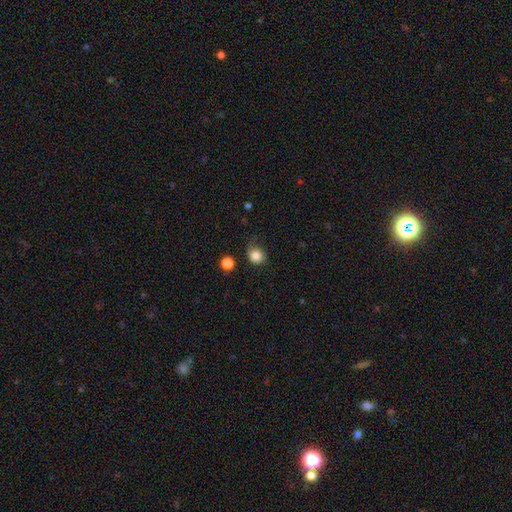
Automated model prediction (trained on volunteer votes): Overall: smooth (84%). How rounded: round (80%). Merging: none (61%; minor disturbance 27%).